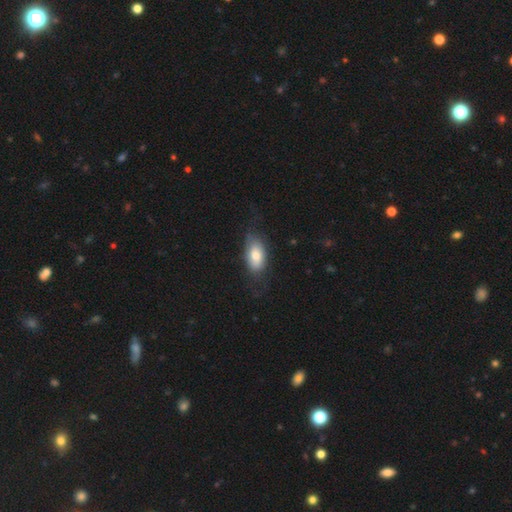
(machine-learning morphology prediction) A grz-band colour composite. It shows a smooth galaxy with no disk features (74%) that is in between round and cigar-shaped (92%). Merging: none (65%).